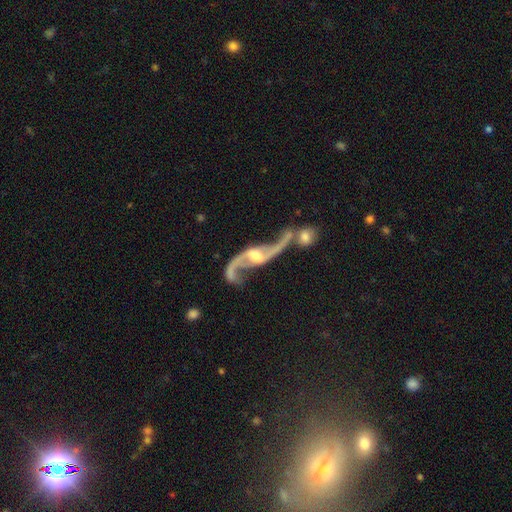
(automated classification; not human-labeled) Q: Smooth or featured?
A: featured or disk (91%); runner-up: star or artifact (5%)
Q: Edge-on disk?
A: no (93%); runner-up: yes (7%)
Q: Bar?
A: weak (43%); runner-up: no (33%)
Q: Spiral arms?
A: yes (96%); runner-up: no (4%)
Q: Spiral winding?
A: loose (87%); runner-up: medium (10%)
Q: Spiral arm count?
A: 2 (94%); runner-up: 1 (2%)
Q: Bulge size?
A: moderate (57%); runner-up: small (28%)
Q: Merging?
A: none (39%); runner-up: merger (35%)